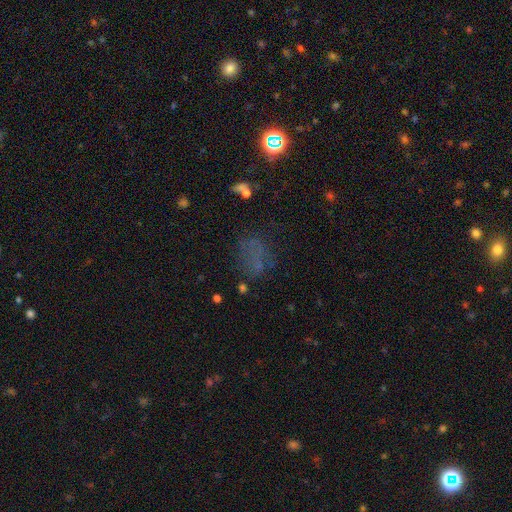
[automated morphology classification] This is marginally a smooth galaxy (41%). Merging: possibly none (57%).